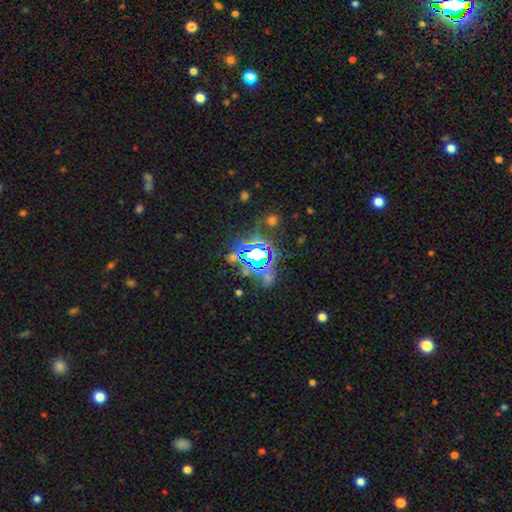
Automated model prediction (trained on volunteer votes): Morphology: type=star or artifact (76%).